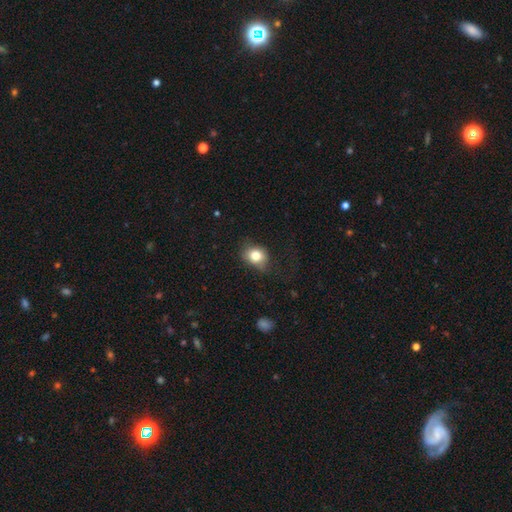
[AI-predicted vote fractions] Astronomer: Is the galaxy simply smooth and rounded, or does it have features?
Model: smooth — 81%.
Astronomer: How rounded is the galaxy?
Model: round — 54% (runner-up: in between, 45%).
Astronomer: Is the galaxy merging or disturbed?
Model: none — 65%.